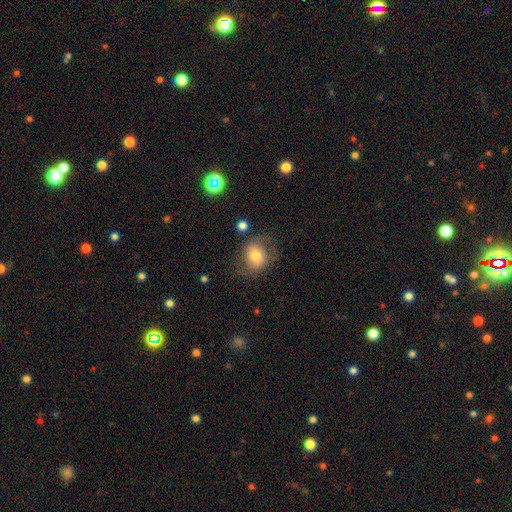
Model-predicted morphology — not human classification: This appears to be a smooth galaxy with no disk features (62%) that is round (62%). Merging: none (62%).